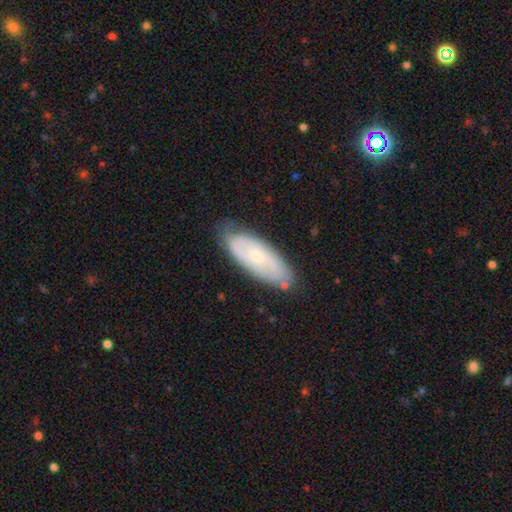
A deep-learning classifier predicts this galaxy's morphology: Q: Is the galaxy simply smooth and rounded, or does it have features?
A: featured or disk — 58%.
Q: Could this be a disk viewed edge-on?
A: no — 86%.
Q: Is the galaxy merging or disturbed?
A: none — 76%.